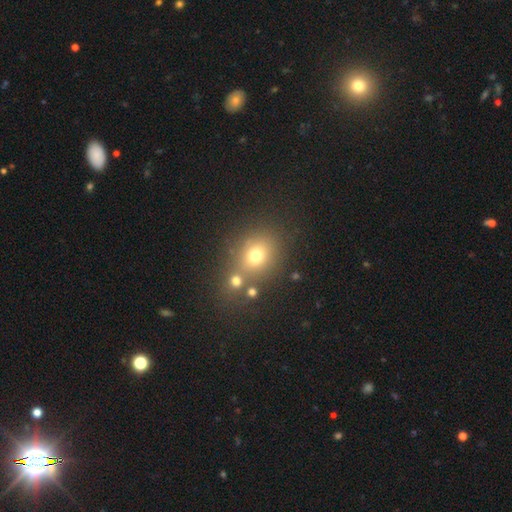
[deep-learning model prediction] Smooth or featured?
  - smooth: 69% *
  - star or artifact: 18%
  - featured or disk: 12%
How rounded?
  - round: 63% *
  - in between: 36%
  - cigar-shaped: 1%
Merging?
  - none: 62% *
  - merger: 21%
  - minor disturbance: 12%
  - major disturbance: 5%